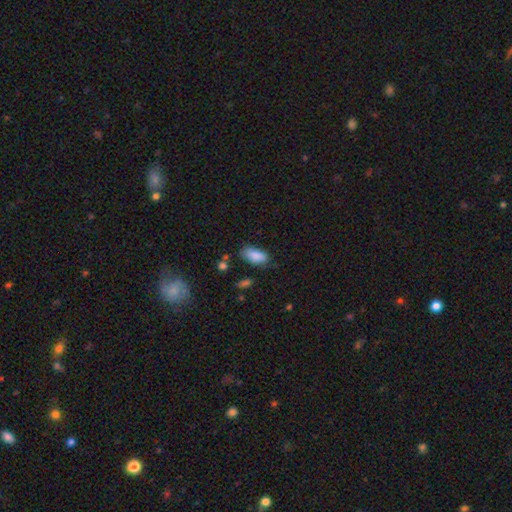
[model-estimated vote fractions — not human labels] smooth_or_featured: smooth (p=0.87) [alt: star or artifact p=0.07]
how_rounded: in between (p=0.89) [alt: cigar-shaped p=0.08]
merging: none (p=0.71) [alt: minor disturbance p=0.21]